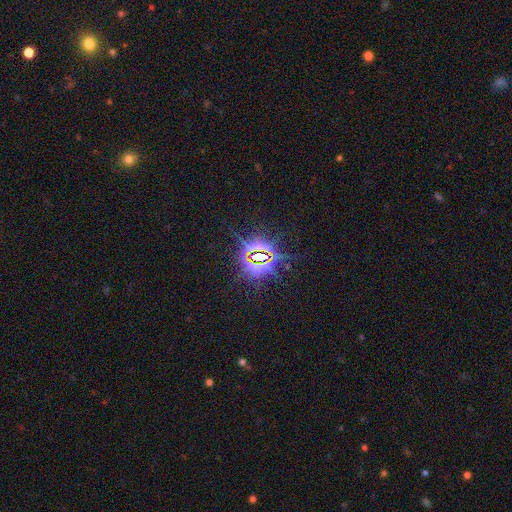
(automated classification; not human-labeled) smooth-or-featured: star or artifact: 87% | featured or disk: 8% | smooth: 6%